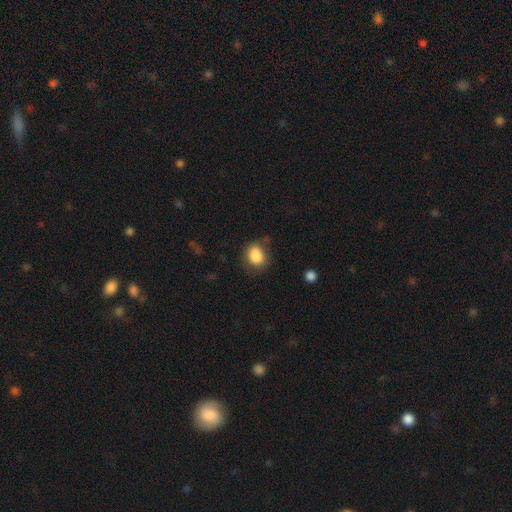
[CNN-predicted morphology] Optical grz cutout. It shows a smooth galaxy with no disk features (87%) that is in between round and cigar-shaped (56%). Merging: none (69%).